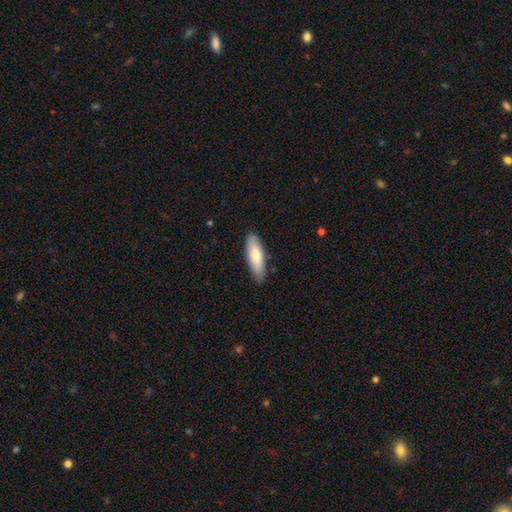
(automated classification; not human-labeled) A smooth galaxy with no disk features (74%) that is in between round and cigar-shaped (56%).

Vote fractions:
- Smooth or featured? smooth: 74% / featured or disk: 20% / star or artifact: 5%
- How rounded? in between: 56% / cigar-shaped: 43% / round: 2%
- Merging? none: 85% / minor disturbance: 12% / major disturbance: 2% / merger: 1%